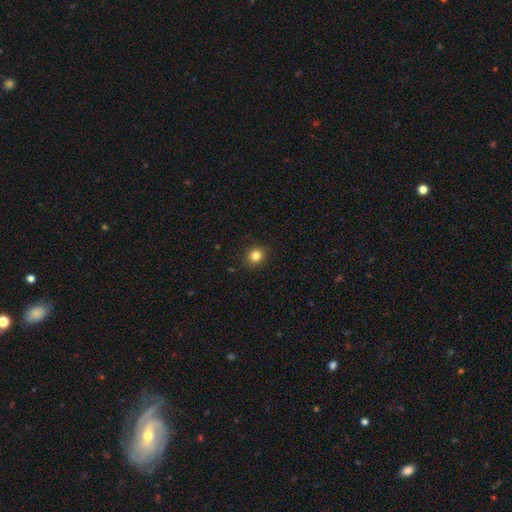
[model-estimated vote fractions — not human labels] smooth_or_featured: smooth (p=0.83) [alt: star or artifact p=0.12]
how_rounded: round (p=0.81) [alt: in between p=0.18]
merging: none (p=0.91) [alt: minor disturbance p=0.07]